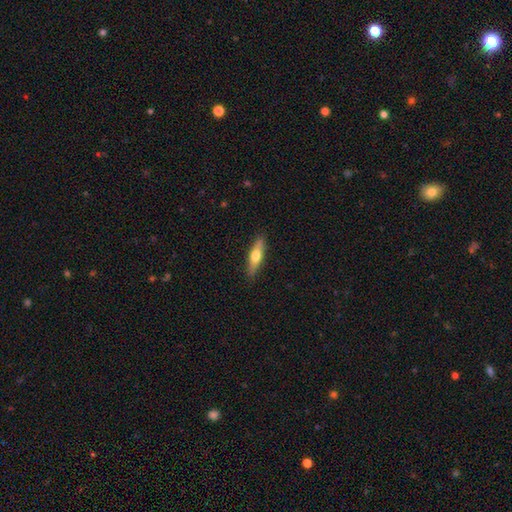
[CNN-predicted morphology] This appears to be a smooth galaxy with no disk features (54%) that is cigar-shaped (69%). Merging: none (88%).